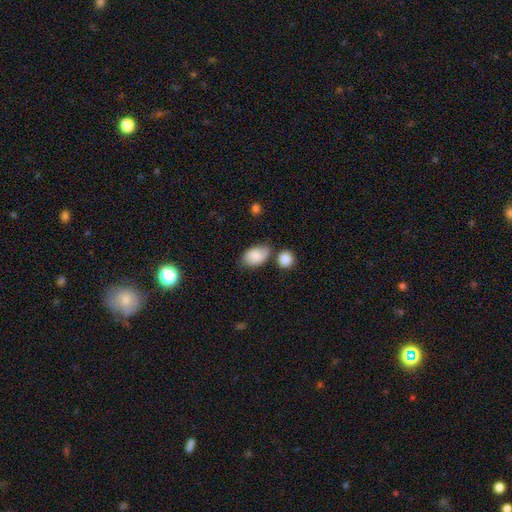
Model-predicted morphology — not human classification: Smooth or featured?
  - smooth: 83% *
  - featured or disk: 10%
  - star or artifact: 7%
How rounded?
  - in between: 86% *
  - round: 12%
  - cigar-shaped: 1%
Merging?
  - none: 59% *
  - minor disturbance: 22%
  - merger: 14%
  - major disturbance: 6%